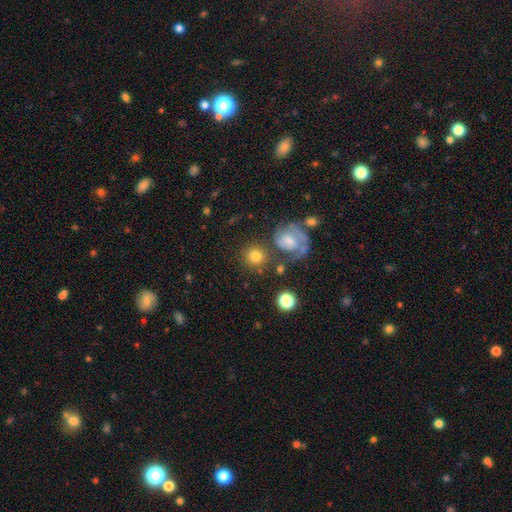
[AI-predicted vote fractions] smooth-or-featured: smooth: 73% | featured or disk: 17% | star or artifact: 10%
  how-rounded: round: 89% | in between: 10% | cigar-shaped: 1%
  merging: none: 71% | merger: 11% | minor disturbance: 11% | major disturbance: 7%